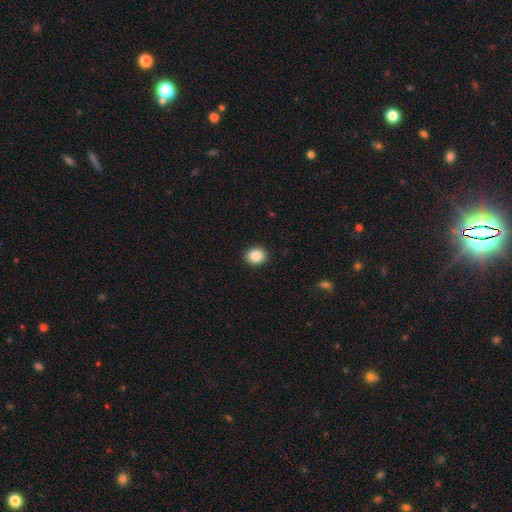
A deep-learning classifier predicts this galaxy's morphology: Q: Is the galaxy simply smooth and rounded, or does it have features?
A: smooth — 87%.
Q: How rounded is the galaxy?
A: round — 69%.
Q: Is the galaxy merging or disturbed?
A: none — 92%.